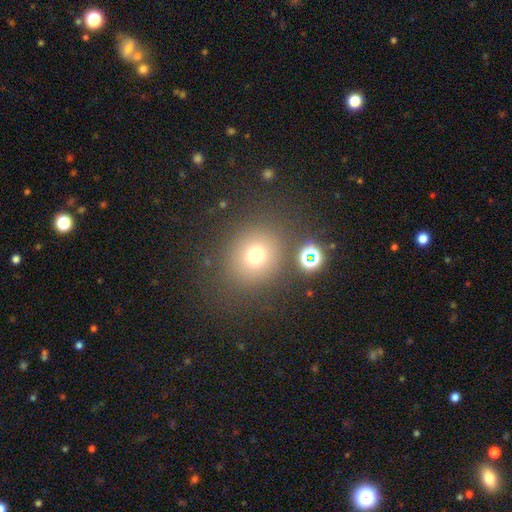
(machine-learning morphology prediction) type=smooth (72%); roundness=round (79%); merging=none (79%).